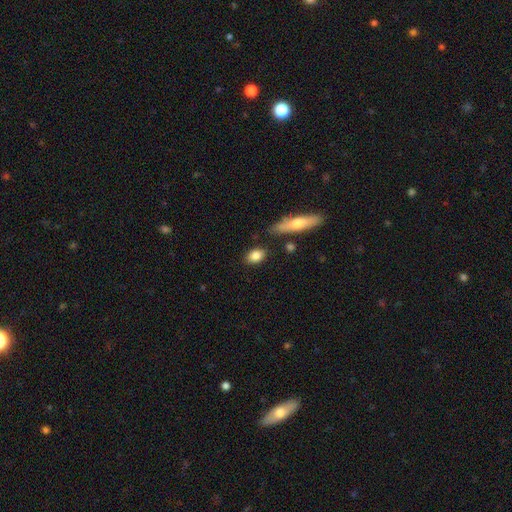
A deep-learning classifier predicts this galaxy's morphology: smooth 84%, featured or disk 10%, star or artifact 7%. Down the decision tree: how rounded — in between (74%); merging — none (83%).